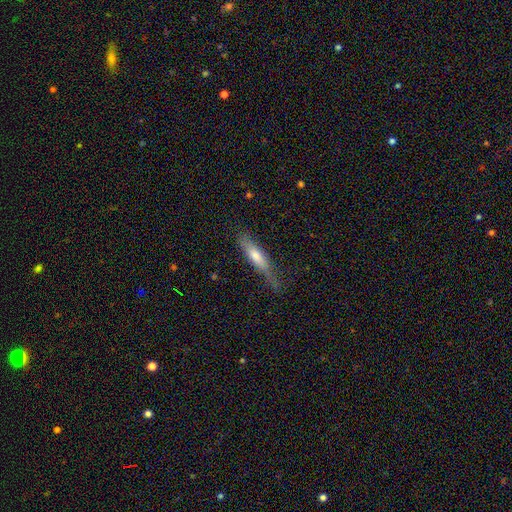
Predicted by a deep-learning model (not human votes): Overall: smooth (58%; featured or disk 35%). How rounded: cigar-shaped (80%). Merging: none (59%; minor disturbance 28%).